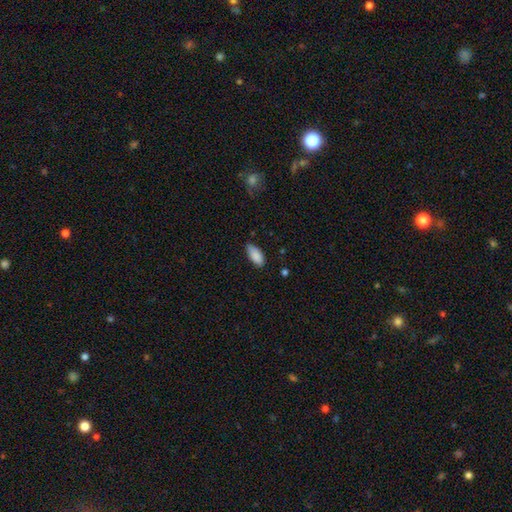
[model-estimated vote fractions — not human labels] This is clearly a smooth galaxy (88%). How rounded: clearly in between (90%). Merging: likely none (72%).